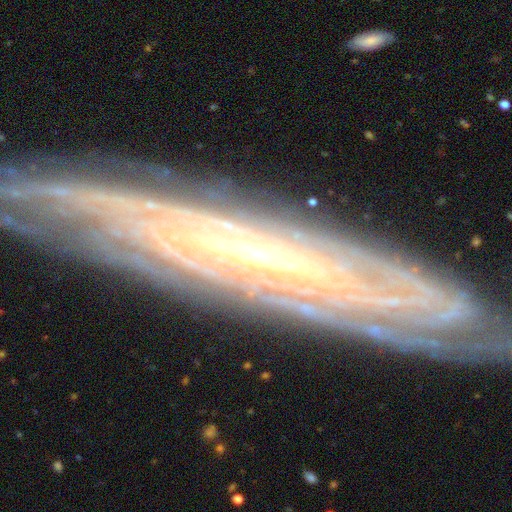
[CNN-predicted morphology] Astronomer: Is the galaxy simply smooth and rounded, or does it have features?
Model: featured or disk — 79%.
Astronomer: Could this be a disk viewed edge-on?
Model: yes — 52% (runner-up: no, 48%).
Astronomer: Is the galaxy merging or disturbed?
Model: none — 85%.